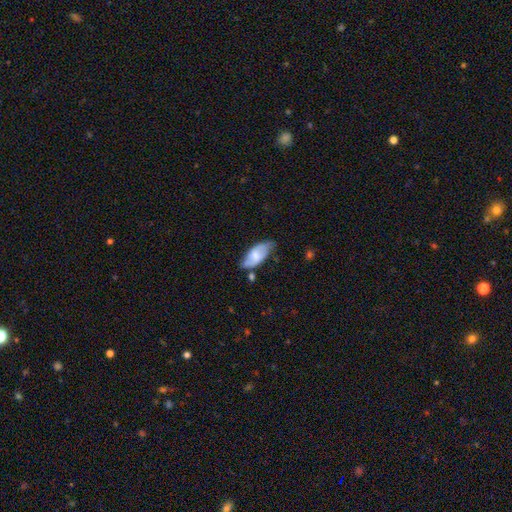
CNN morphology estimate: type=smooth (50%); merging=none (58%).